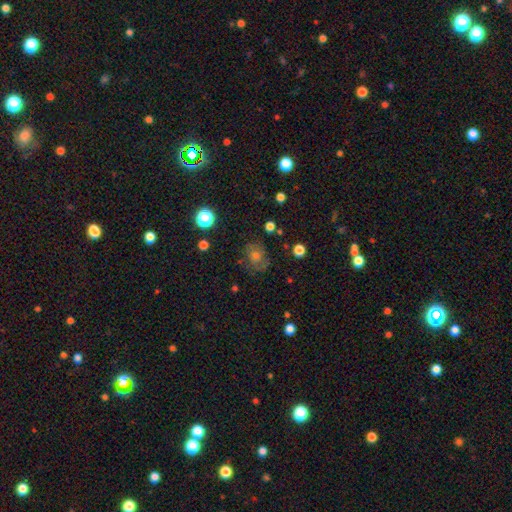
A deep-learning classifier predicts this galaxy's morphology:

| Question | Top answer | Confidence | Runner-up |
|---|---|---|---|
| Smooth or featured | smooth | 42% | featured or disk (33%) |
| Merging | none | 73% | minor disturbance (17%) |